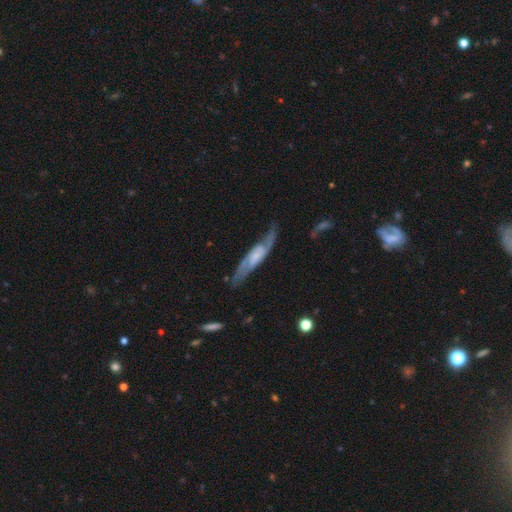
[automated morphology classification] Smooth or featured? featured or disk (75%)
Edge-on disk? no (63%)
Merging? none (65%)